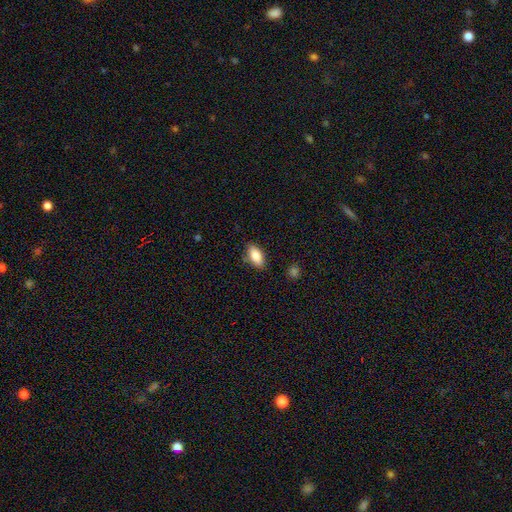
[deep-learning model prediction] This is clearly a smooth galaxy (86%). How rounded: clearly in between (88%). Merging: clearly none (82%).